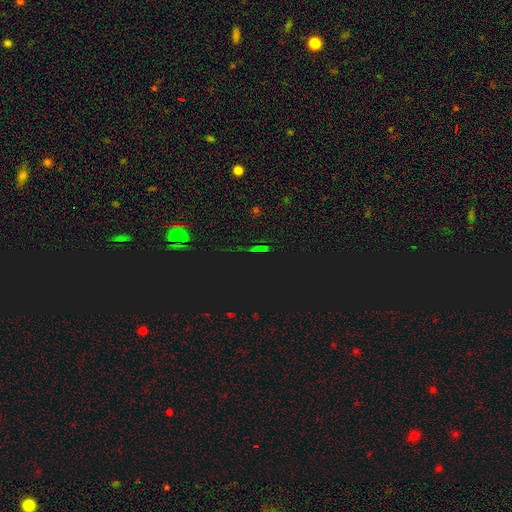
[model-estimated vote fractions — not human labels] Overall: star or artifact (80%).